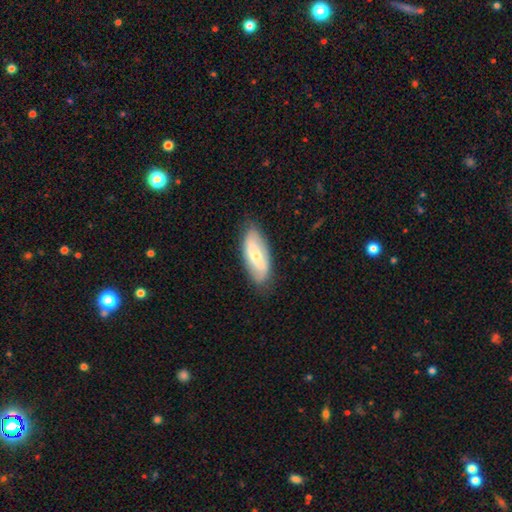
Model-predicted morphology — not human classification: The model was most divided on "smooth or featured" (2-way tie): smooth: 47%, featured or disk: 47%, star or artifact: 6%. More confident: merging — none (79%).